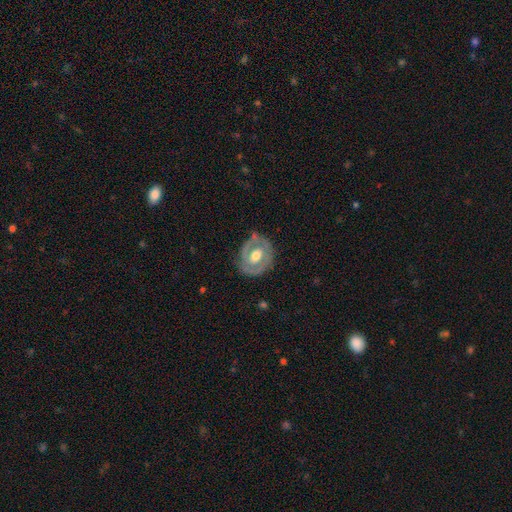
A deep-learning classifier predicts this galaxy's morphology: Smooth or featured?
  - featured or disk: 70% *
  - smooth: 26%
  - star or artifact: 5%
Edge-on disk?
  - no: 96% *
  - yes: 4%
Bar?
  - no: 53% *
  - weak: 35%
  - strong: 12%
Spiral arms?
  - yes: 54% *
  - no: 46%
Bulge size?
  - moderate: 62% *
  - large: 28%
  - small: 7%
  - dominant: 2%
  - none: 1%
Merging?
  - none: 74% *
  - minor disturbance: 18%
  - major disturbance: 6%
  - merger: 2%